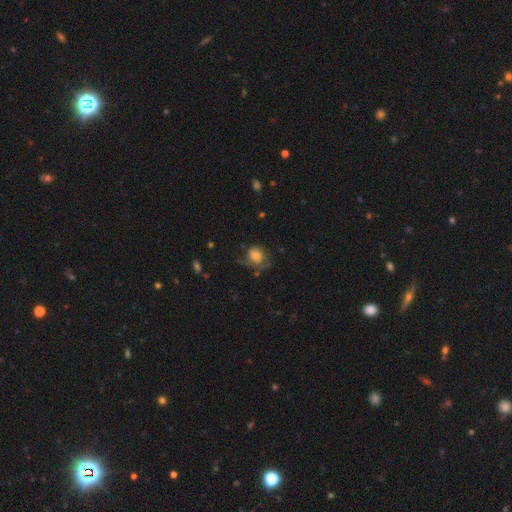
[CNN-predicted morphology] Smooth or featured?
  - smooth: 53% *
  - featured or disk: 37%
  - star or artifact: 10%
How rounded?
  - round: 62% *
  - in between: 37%
  - cigar-shaped: 1%
Merging?
  - none: 38% *
  - major disturbance: 33%
  - minor disturbance: 26%
  - merger: 3%